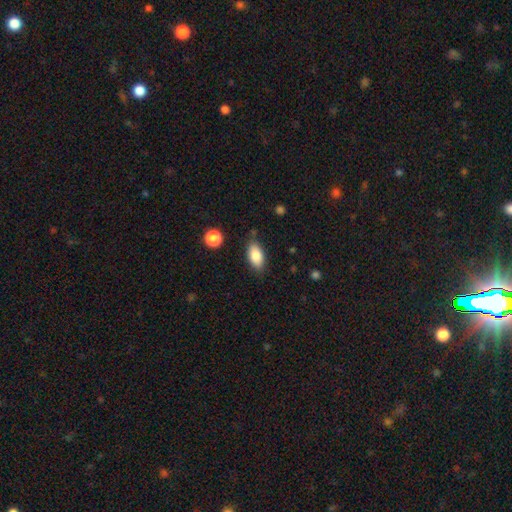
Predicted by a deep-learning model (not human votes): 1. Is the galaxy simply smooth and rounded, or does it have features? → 85% smooth, 8% featured or disk, 7% star or artifact.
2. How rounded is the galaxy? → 91% in between, 5% cigar-shaped, 4% round.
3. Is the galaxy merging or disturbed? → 82% none, 12% minor disturbance, 3% major disturbance, 2% merger.